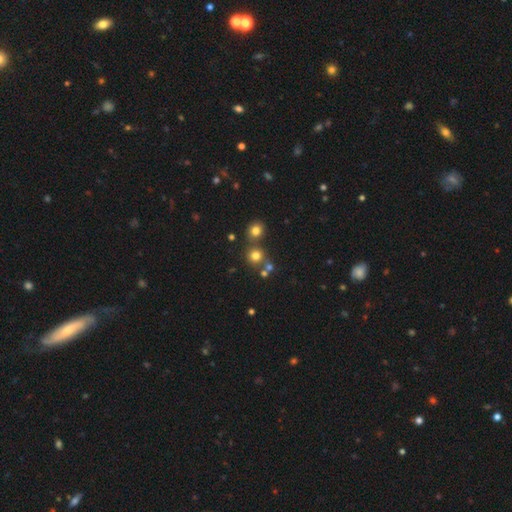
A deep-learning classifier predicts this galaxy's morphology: Smooth or featured?
  - smooth: 74% *
  - star or artifact: 17%
  - featured or disk: 9%
How rounded?
  - round: 89% *
  - in between: 10%
  - cigar-shaped: 1%
Merging?
  - none: 66% *
  - merger: 24%
  - minor disturbance: 8%
  - major disturbance: 3%